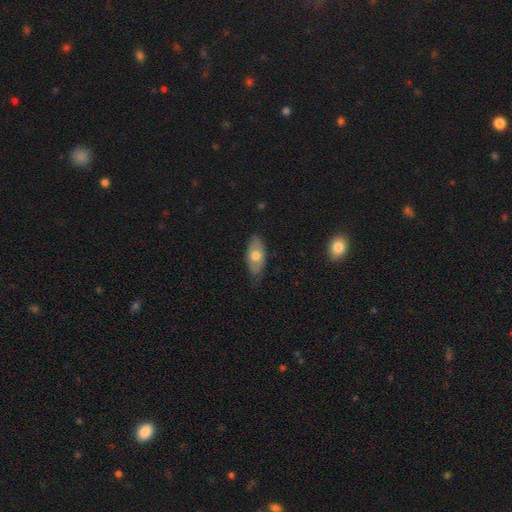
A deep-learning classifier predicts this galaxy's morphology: Smooth or featured? Predicted: smooth (p=0.60). How rounded? Predicted: in between (p=0.89). Merging? Predicted: none (p=0.75).